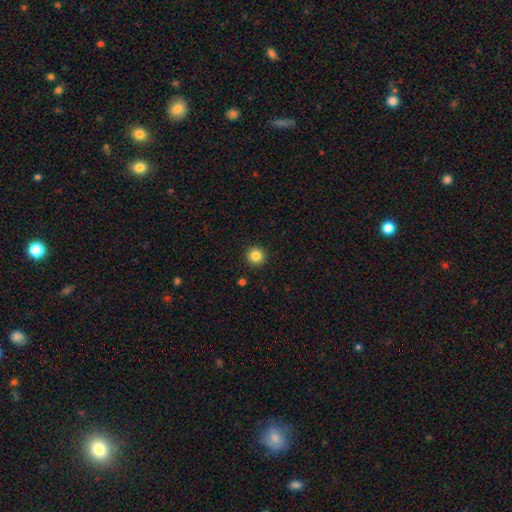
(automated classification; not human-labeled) Smooth or featured: smooth — 84% (star or artifact — 11%)
How rounded: round — 96% (in between — 3%)
Merging: none — 93% (minor disturbance — 4%)